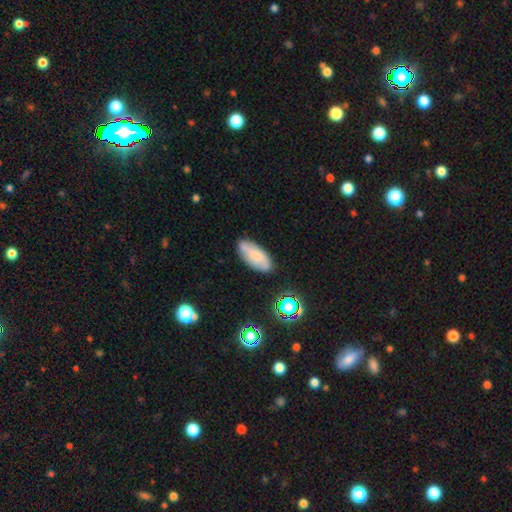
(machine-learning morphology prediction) Smooth or featured? smooth (72%)
How rounded? in between (83%)
Merging? none (78%)